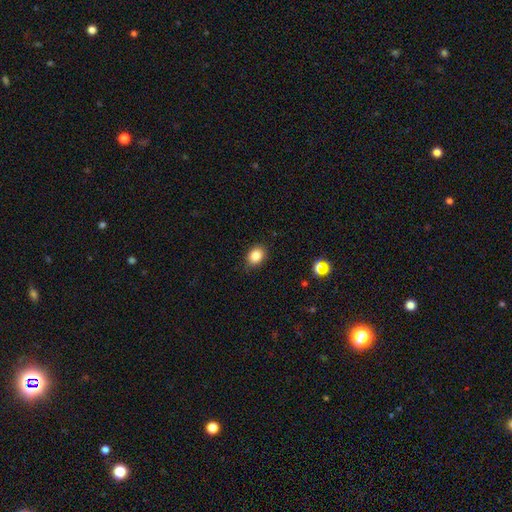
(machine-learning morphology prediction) Smooth or featured? smooth (86%)
How rounded? in between (61%)
Merging? none (83%)